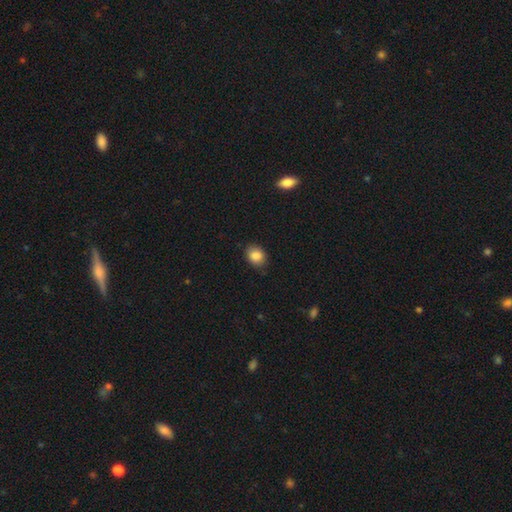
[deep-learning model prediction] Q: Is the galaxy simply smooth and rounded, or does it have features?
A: smooth — 86%.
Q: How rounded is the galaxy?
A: in between — 51%.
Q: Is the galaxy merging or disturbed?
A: none — 83%.